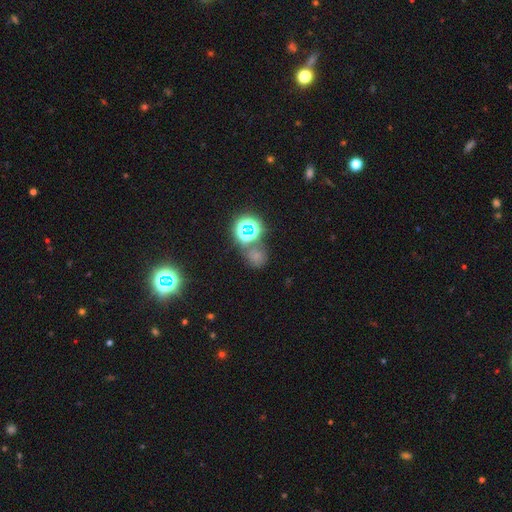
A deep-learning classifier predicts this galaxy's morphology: This appears to be a smooth galaxy with no disk features (51%) that is round (77%). Merging: none (56%).